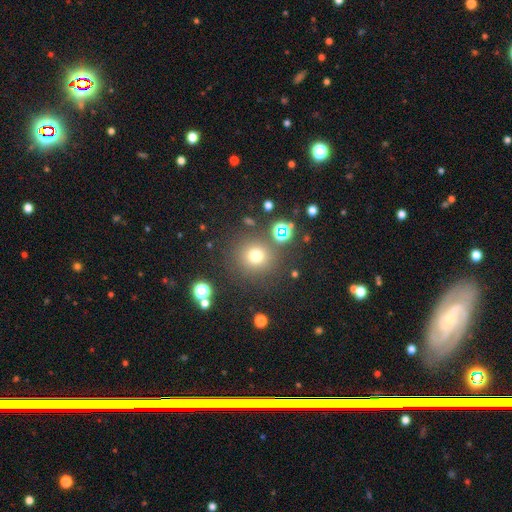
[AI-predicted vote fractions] smooth 71%, star or artifact 20%, featured or disk 8%. Down the decision tree: how rounded — round (92%); merging — none (82%).